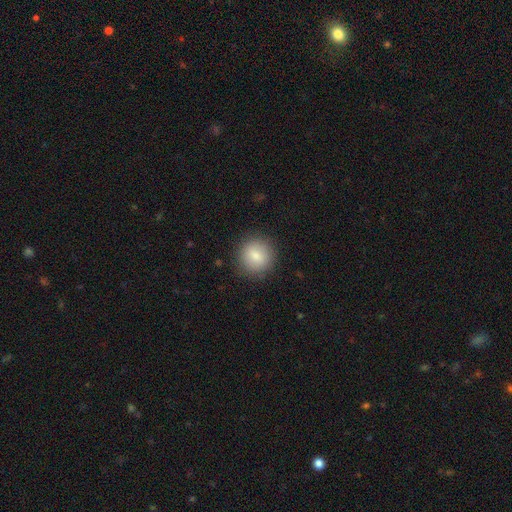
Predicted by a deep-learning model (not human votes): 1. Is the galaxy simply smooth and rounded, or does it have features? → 84% smooth, 8% star or artifact, 8% featured or disk.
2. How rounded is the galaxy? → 90% round, 9% in between, 1% cigar-shaped.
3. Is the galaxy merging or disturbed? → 87% none, 8% minor disturbance, 3% major disturbance, 1% merger.